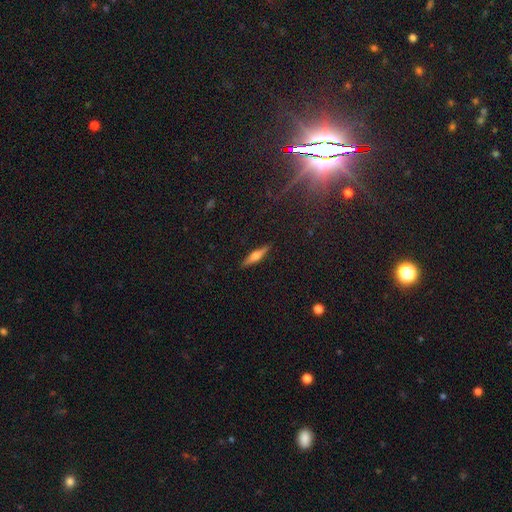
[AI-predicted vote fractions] Morphology: type=featured or disk (55%); edge-on=yes (96%); edge-on bulge=rounded (87%); merging=none (90%).